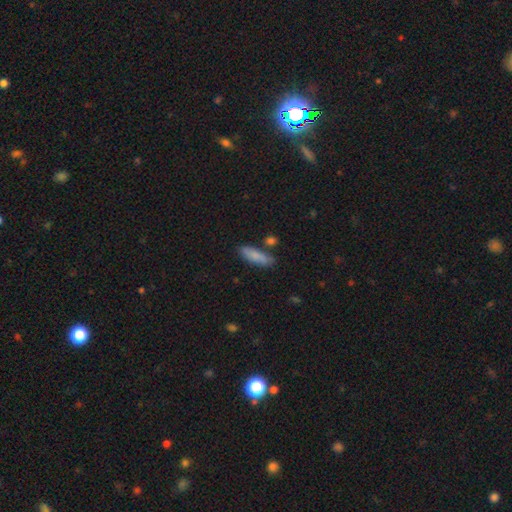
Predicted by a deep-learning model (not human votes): smooth_or_featured: smooth (p=0.84) [alt: featured or disk p=0.10]
how_rounded: cigar-shaped (p=0.53) [alt: in between p=0.45]
merging: none (p=0.77) [alt: minor disturbance p=0.14]